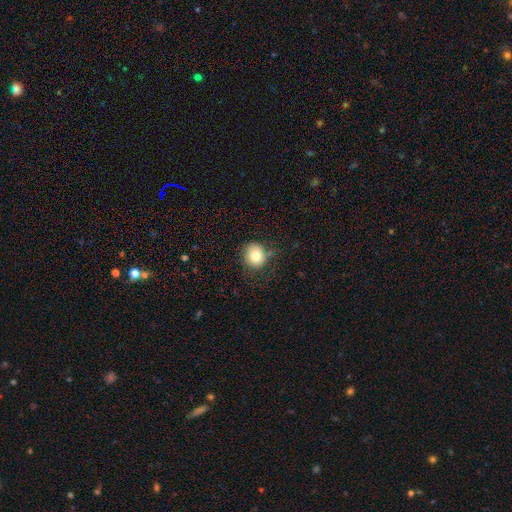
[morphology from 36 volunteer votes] Overall: smooth (78%). How rounded: round (93%). Merging: none (67%; minor disturbance 33%).